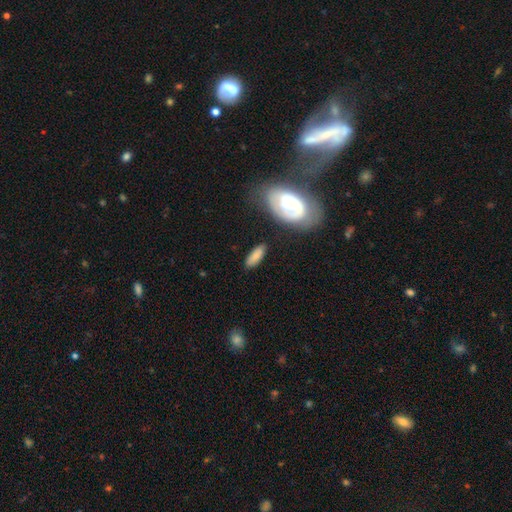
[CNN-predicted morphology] Smooth or featured? Predicted: smooth (p=0.76). How rounded? Predicted: in between (p=0.63). Merging? Predicted: none (p=0.79).